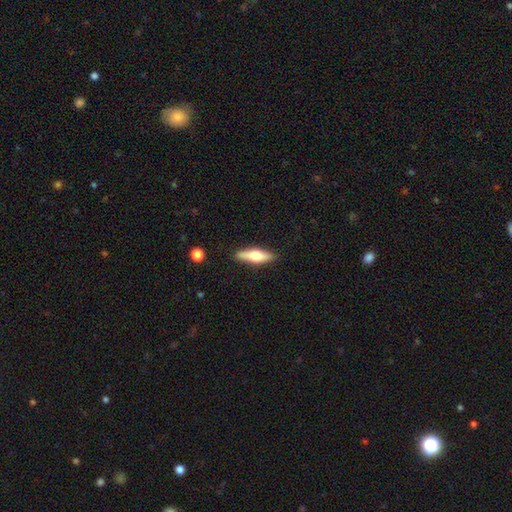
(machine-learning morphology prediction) This is possibly a featured or disk galaxy (49%). Merging: clearly none (88%).